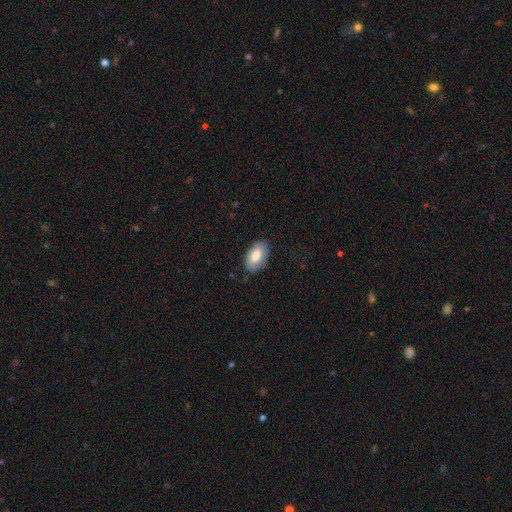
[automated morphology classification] Smooth or featured? Predicted: smooth (p=0.82). How rounded? Predicted: in between (p=0.94). Merging? Predicted: none (p=0.81).